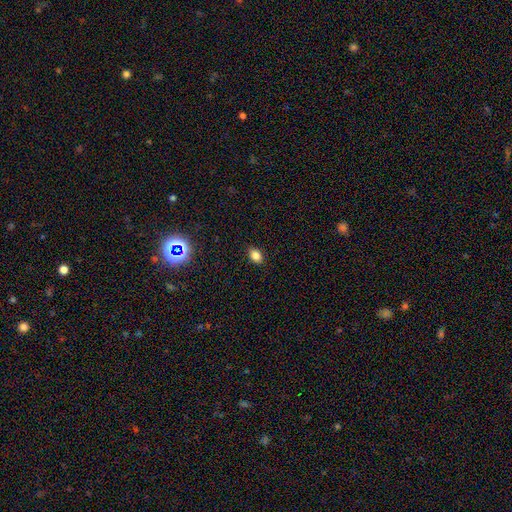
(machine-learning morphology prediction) A smooth galaxy with no disk features (82%) that is in between round and cigar-shaped (80%).

Vote fractions:
- Smooth or featured? smooth: 82% / star or artifact: 13% / featured or disk: 5%
- How rounded? in between: 80% / round: 18% / cigar-shaped: 1%
- Merging? none: 89% / minor disturbance: 8% / major disturbance: 2% / merger: 1%